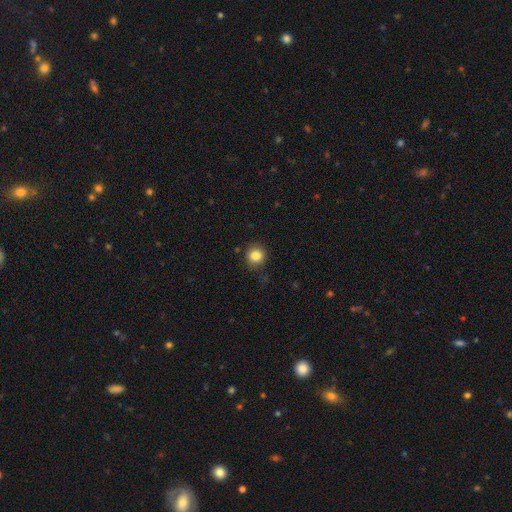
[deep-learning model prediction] The model was most divided on "merging": none: 84%, minor disturbance: 12%, major disturbance: 3%, merger: 1%. More confident: how rounded — round (86%); smooth or featured — smooth (84%).